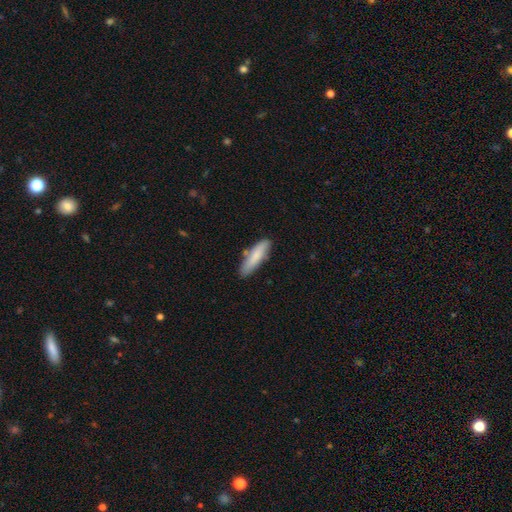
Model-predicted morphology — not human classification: Q: Smooth or featured?
A: smooth (80%); runner-up: featured or disk (15%)
Q: How rounded?
A: cigar-shaped (67%); runner-up: in between (31%)
Q: Merging?
A: none (78%); runner-up: minor disturbance (15%)